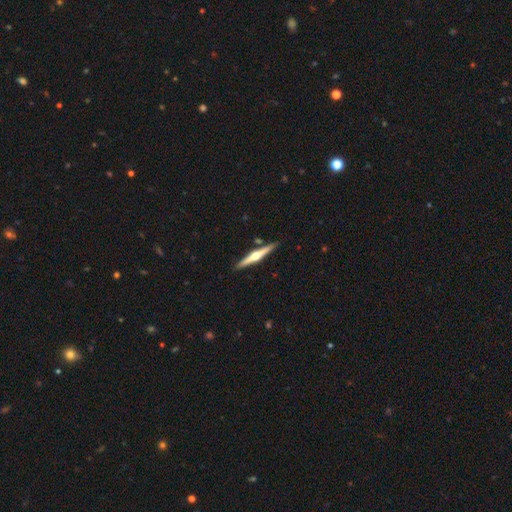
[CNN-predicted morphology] featured or disk 73%, smooth 22%, star or artifact 5%. Down the decision tree: edge-on disk — yes (98%); edge-on bulge — rounded (94%); merging — none (89%).